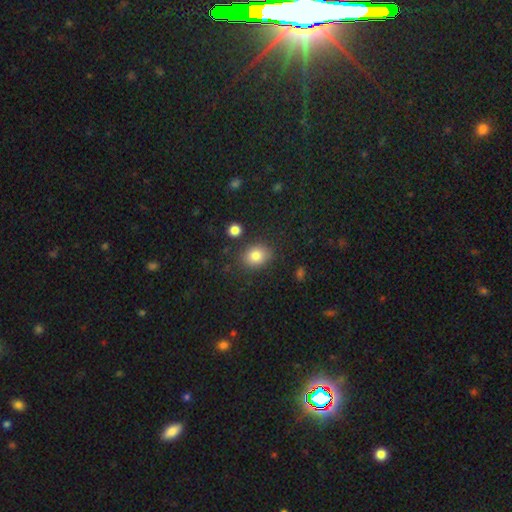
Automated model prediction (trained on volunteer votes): Morphology: type=smooth (82%); roundness=in between (53%); merging=none (82%).